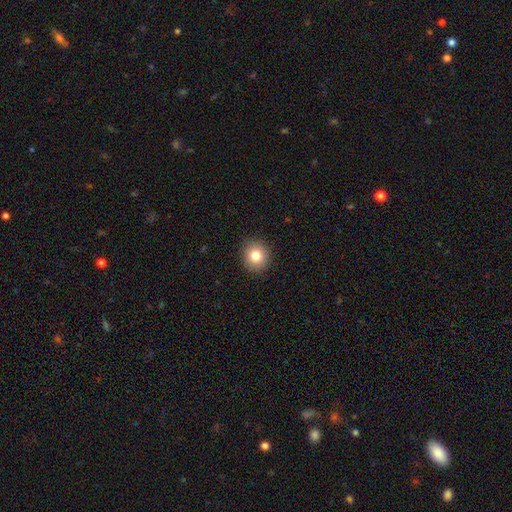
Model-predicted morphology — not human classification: smooth_or_featured: smooth (p=0.82) [alt: star or artifact p=0.10]
how_rounded: round (p=0.84) [alt: in between p=0.15]
merging: none (p=0.91) [alt: minor disturbance p=0.07]